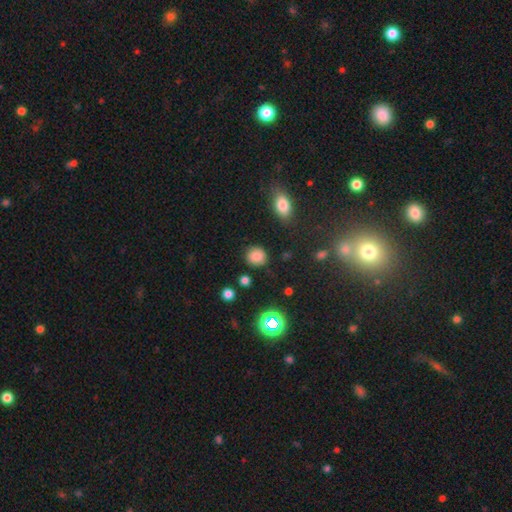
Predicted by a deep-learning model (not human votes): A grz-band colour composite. It shows a smooth galaxy with no disk features (81%) that is round (85%). Merging: none (83%).